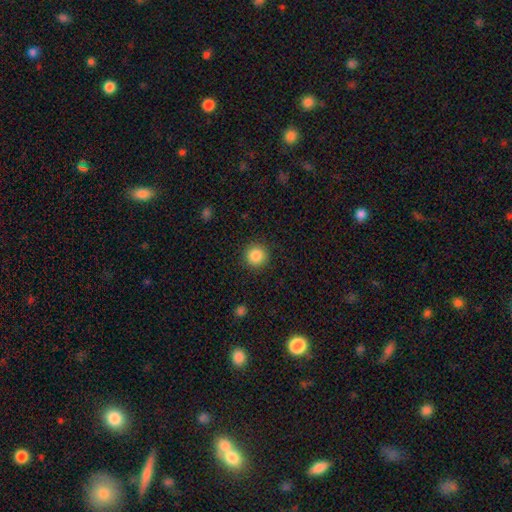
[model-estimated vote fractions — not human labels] Smooth or featured?
  - smooth: 87% *
  - star or artifact: 9%
  - featured or disk: 4%
How rounded?
  - round: 95% *
  - in between: 4%
  - cigar-shaped: 1%
Merging?
  - none: 91% *
  - minor disturbance: 6%
  - major disturbance: 2%
  - merger: 1%